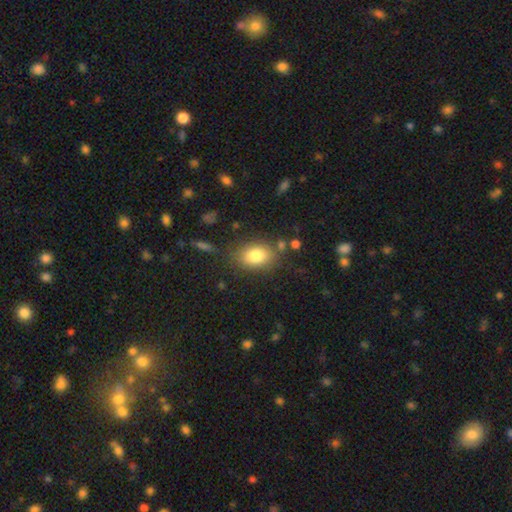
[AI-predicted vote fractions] Smooth or featured? Predicted: smooth (p=0.81). How rounded? Predicted: in between (p=0.76). Merging? Predicted: none (p=0.77).